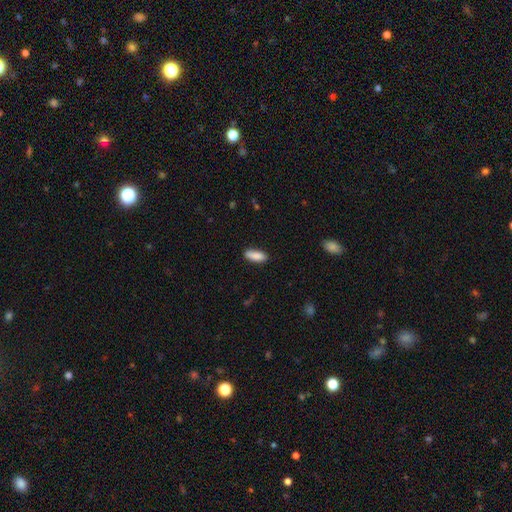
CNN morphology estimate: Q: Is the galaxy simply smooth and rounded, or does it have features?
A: smooth — 88%.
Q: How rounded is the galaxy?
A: in between — 71%.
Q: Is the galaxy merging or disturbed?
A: none — 85%.